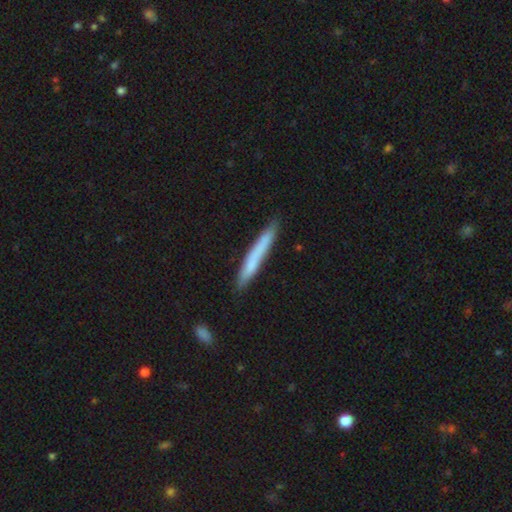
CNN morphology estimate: Smooth or featured?
  - smooth: 68% *
  - featured or disk: 26%
  - star or artifact: 6%
How rounded?
  - cigar-shaped: 96% *
  - in between: 2%
  - round: 1%
Merging?
  - none: 85% *
  - minor disturbance: 11%
  - major disturbance: 2%
  - merger: 2%